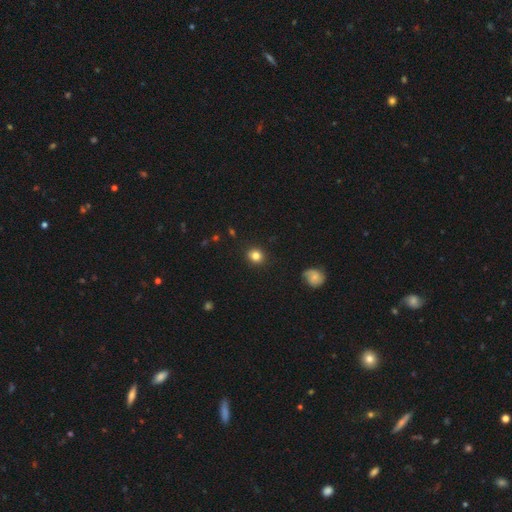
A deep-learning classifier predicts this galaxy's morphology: Smooth or featured? Predicted: smooth (p=0.83). How rounded? Predicted: round (p=0.84). Merging? Predicted: none (p=0.89).